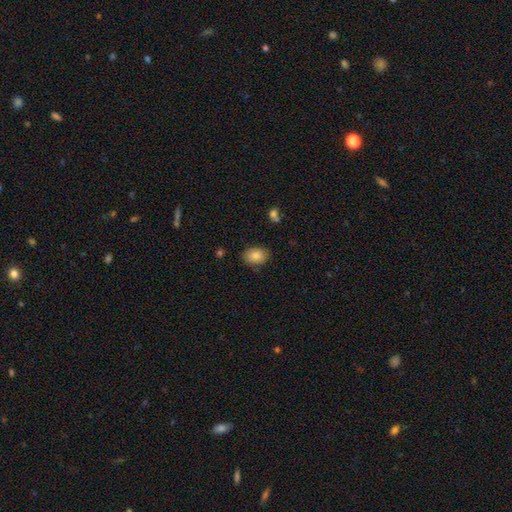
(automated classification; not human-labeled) The model was most divided on "how rounded": in between: 66%, round: 33%, cigar-shaped: 1%. More confident: smooth or featured — smooth (85%); merging — none (81%).